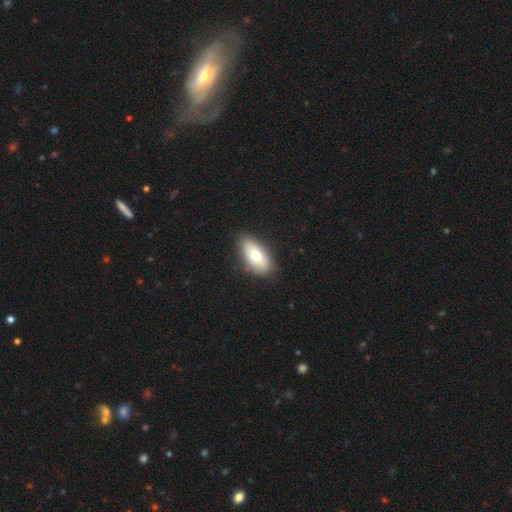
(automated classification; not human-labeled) smooth_or_featured: smooth (p=0.76) [alt: featured or disk p=0.17]
how_rounded: in between (p=0.90) [alt: cigar-shaped p=0.07]
merging: none (p=0.84) [alt: minor disturbance p=0.12]